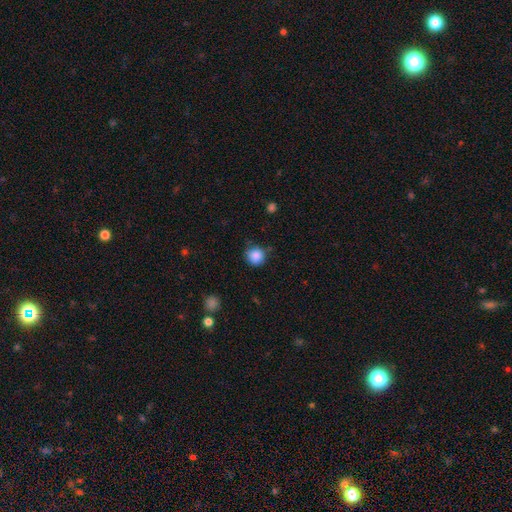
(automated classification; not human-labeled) smooth_or_featured: smooth (p=0.87) [alt: star or artifact p=0.10]
how_rounded: round (p=0.92) [alt: in between p=0.07]
merging: none (p=0.76) [alt: minor disturbance p=0.18]